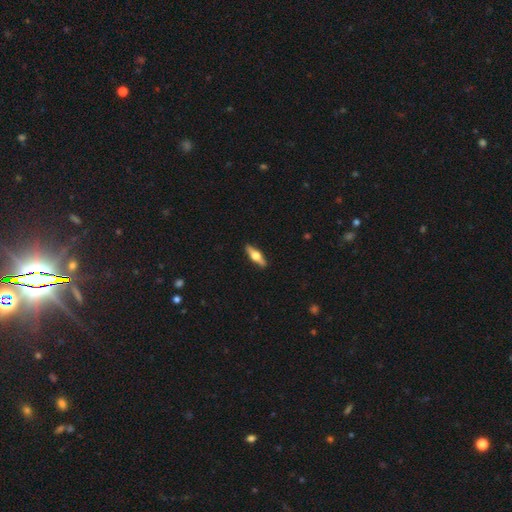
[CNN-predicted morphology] Smooth or featured? Predicted: featured or disk (p=0.62). Edge-on disk? Predicted: yes (p=0.95). Edge-on bulge? Predicted: rounded (p=0.96). Merging? Predicted: none (p=0.91).